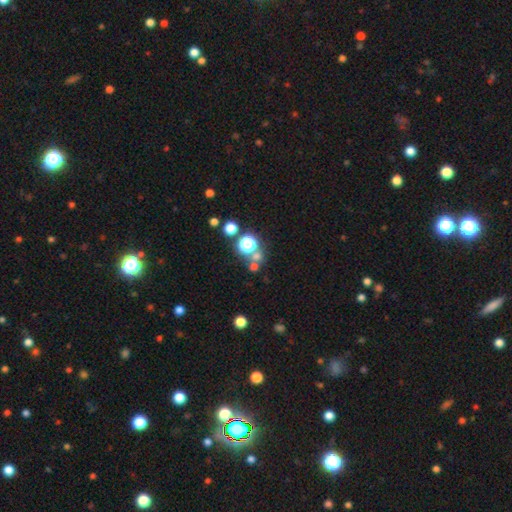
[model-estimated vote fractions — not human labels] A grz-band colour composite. It shows a smooth galaxy with no disk features (51%) that is round (85%). Merging: none (60%).